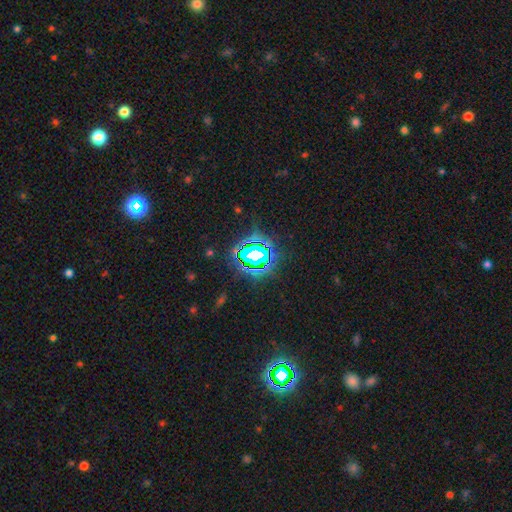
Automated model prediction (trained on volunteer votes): Smooth or featured?
  - star or artifact: 74% *
  - smooth: 15%
  - featured or disk: 12%